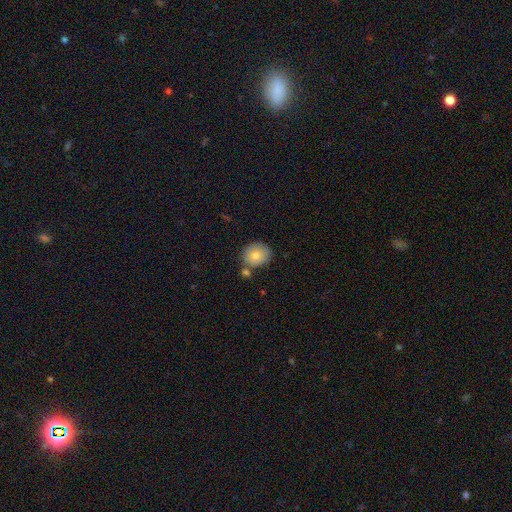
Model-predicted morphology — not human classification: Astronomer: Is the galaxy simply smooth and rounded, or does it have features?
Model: smooth — 80%.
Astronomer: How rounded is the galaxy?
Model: round — 74%.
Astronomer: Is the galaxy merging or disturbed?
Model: none — 70%.